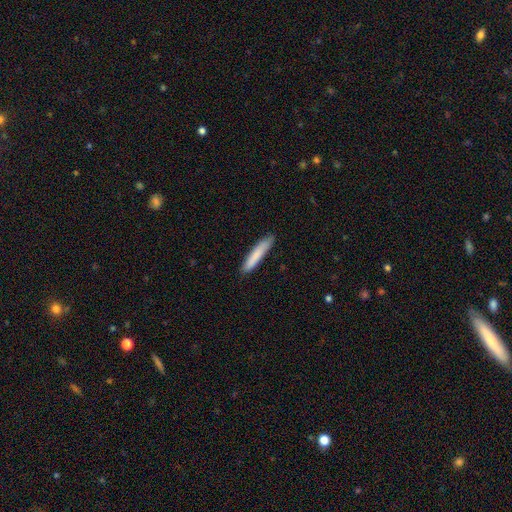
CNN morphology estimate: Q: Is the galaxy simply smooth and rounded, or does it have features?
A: smooth — 82%.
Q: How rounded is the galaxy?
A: cigar-shaped — 92%.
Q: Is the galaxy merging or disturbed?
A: none — 85%.